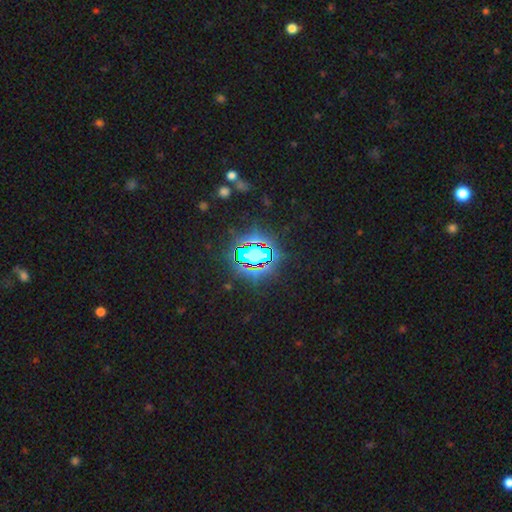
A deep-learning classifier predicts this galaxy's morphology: A star or artifact, not a galaxy (80%).

Vote fractions:
- Smooth or featured? star or artifact: 80% / smooth: 12% / featured or disk: 8%